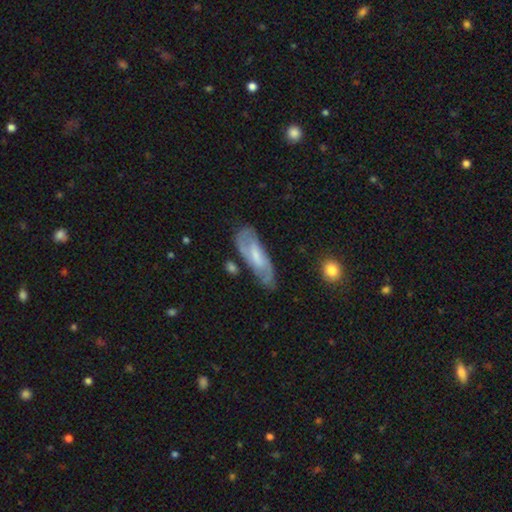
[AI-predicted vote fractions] Morphology: type=featured or disk (67%); edge-on=no (85%); bar=weak (49%); spiral arms=yes (85%); bulge=small (40%); merging=none (67%).